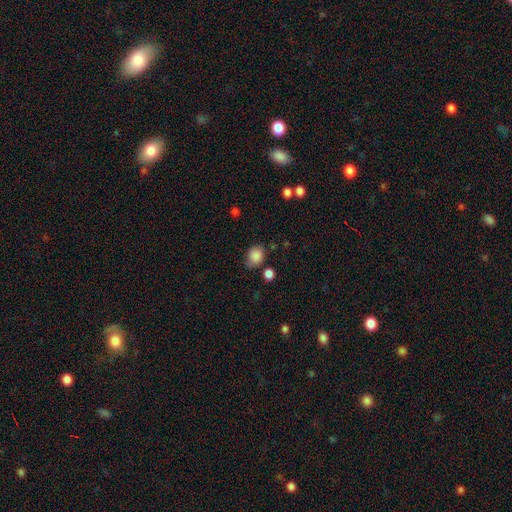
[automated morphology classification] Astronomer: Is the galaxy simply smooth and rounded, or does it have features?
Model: smooth — 86%.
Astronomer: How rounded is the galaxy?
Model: round — 55% (runner-up: in between, 44%).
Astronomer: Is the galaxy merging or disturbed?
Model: none — 64%.